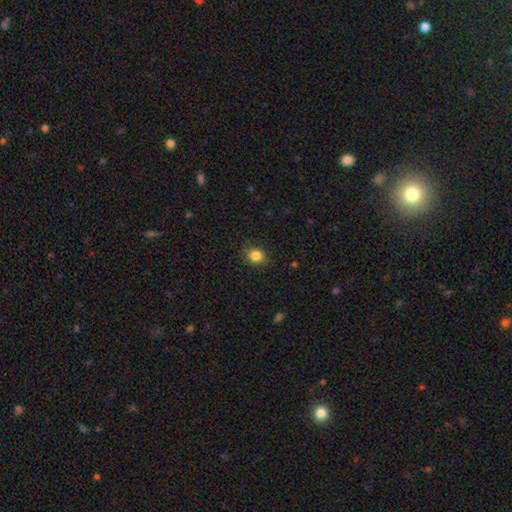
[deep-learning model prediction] This is clearly a smooth galaxy (85%). How rounded: likely round (67%). Merging: clearly none (87%).